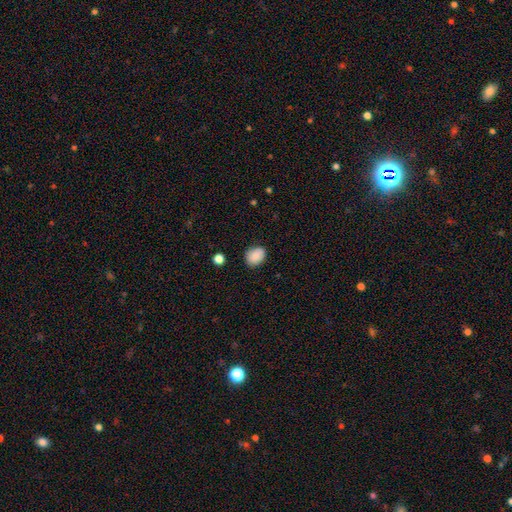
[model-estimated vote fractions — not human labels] Smooth or featured? smooth (85%)
How rounded? in between (58%)
Merging? none (82%)